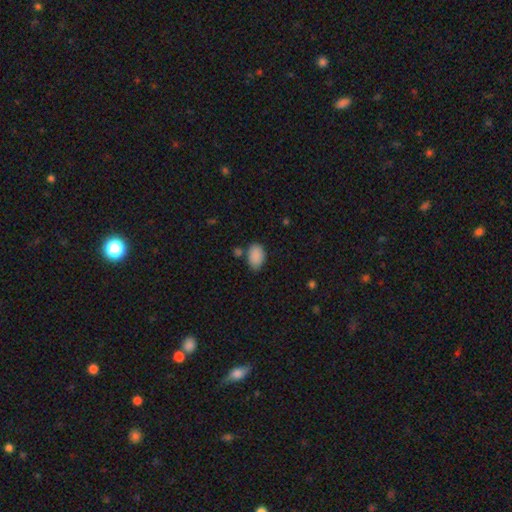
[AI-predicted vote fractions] Smooth or featured? Predicted: smooth (p=0.88). How rounded? Predicted: in between (p=0.87). Merging? Predicted: none (p=0.70).